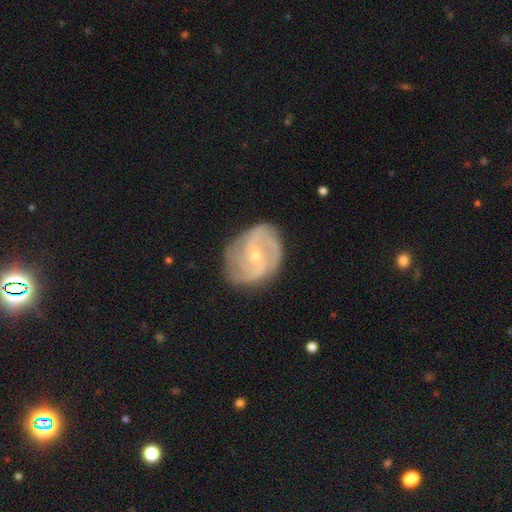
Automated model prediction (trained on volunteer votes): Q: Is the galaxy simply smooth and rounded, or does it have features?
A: featured or disk — 83%.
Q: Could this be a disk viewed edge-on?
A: no — 97%.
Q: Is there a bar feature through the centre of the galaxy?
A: weak — 47%.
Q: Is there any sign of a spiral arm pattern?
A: yes — 93%.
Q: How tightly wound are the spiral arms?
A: medium — 46%.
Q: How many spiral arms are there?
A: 2 — 61%.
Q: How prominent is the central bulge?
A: small — 68%.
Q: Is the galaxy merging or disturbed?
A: none — 75%.